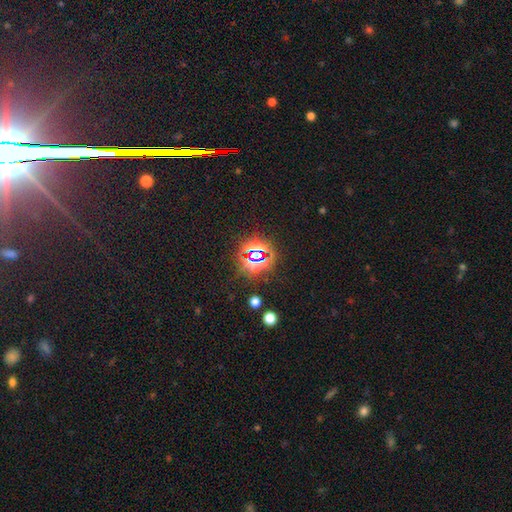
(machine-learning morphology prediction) type=star or artifact (77%).